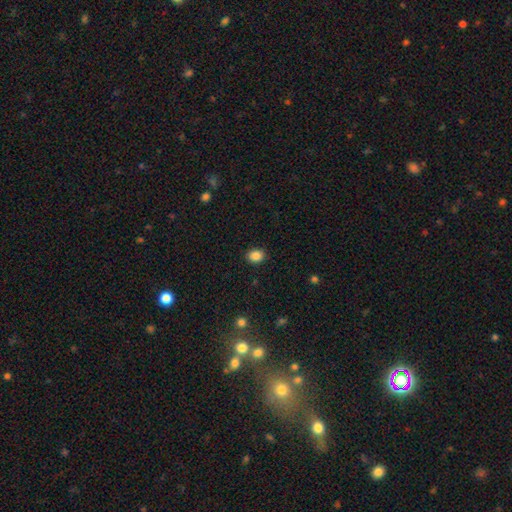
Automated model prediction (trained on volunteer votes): Overall: smooth (87%). How rounded: round (54%; in between 45%). Merging: none (89%).